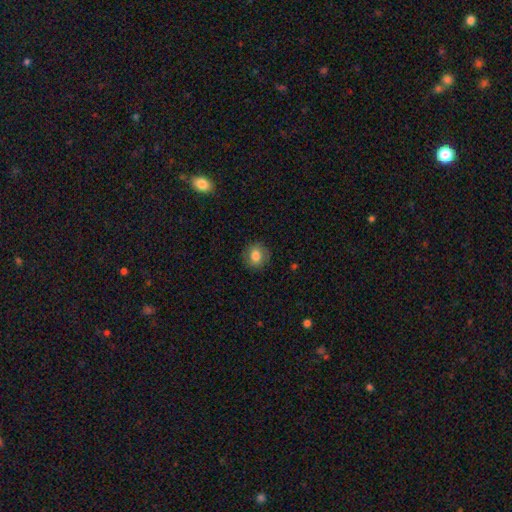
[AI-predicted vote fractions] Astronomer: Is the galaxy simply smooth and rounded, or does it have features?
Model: smooth — 79%.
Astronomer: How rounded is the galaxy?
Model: round — 79%.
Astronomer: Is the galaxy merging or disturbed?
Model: none — 86%.